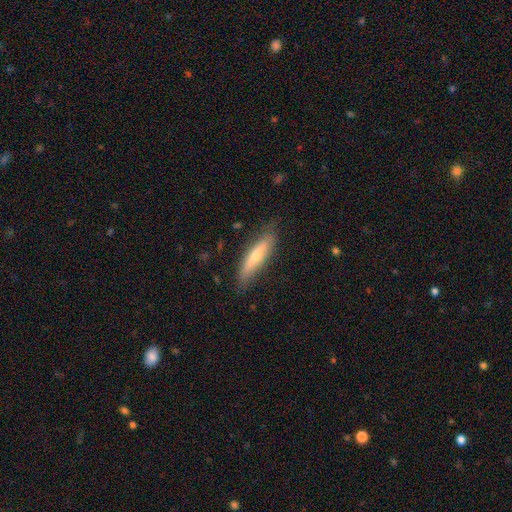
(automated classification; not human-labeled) Overall: smooth (49%; featured or disk 45%). Merging: none (81%).